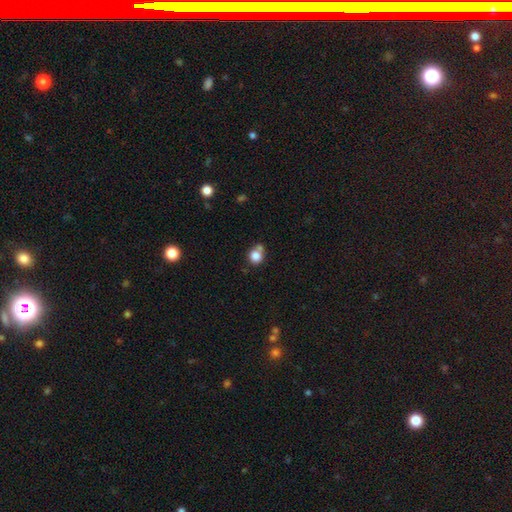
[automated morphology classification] smooth-or-featured: smooth: 81% | star or artifact: 11% | featured or disk: 8%
  how-rounded: round: 80% | in between: 19% | cigar-shaped: 1%
  merging: none: 55% | merger: 26% | minor disturbance: 14% | major disturbance: 5%